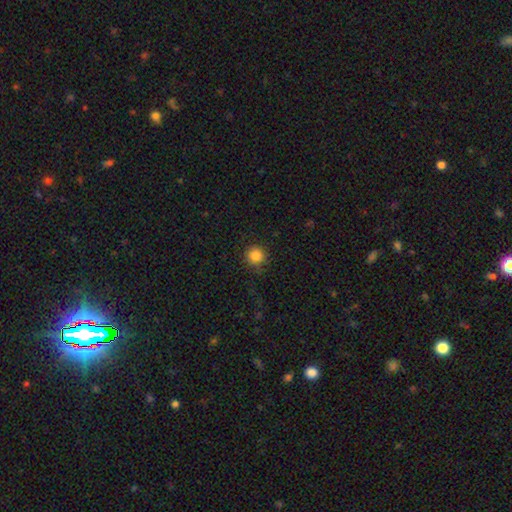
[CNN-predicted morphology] The model was most divided on "smooth or featured": smooth: 84%, star or artifact: 11%, featured or disk: 4%. More confident: how rounded — round (94%); merging — none (88%).